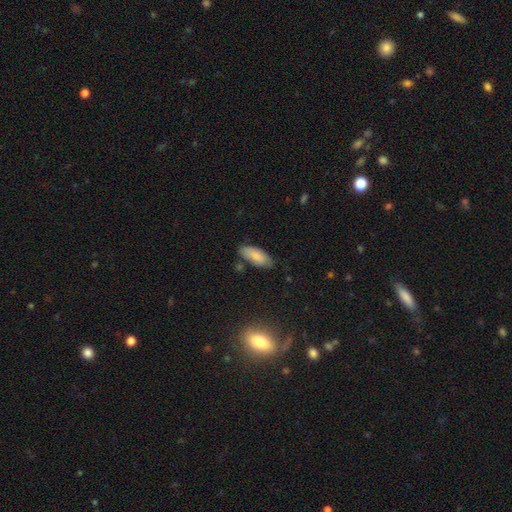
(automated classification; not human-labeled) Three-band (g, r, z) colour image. It shows a smooth galaxy with no disk features (83%) that is in between round and cigar-shaped (82%). Merging: none (75%).